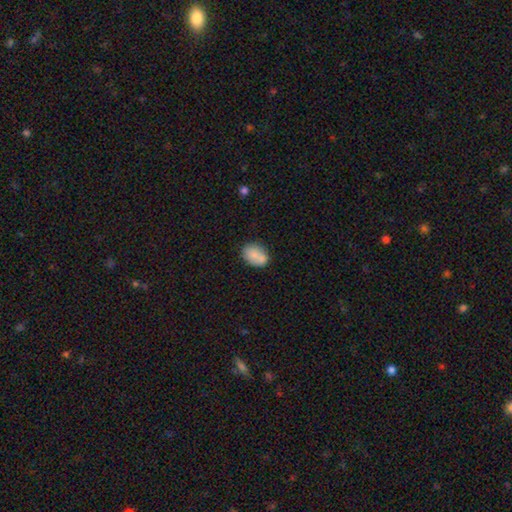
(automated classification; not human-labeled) This is likely a smooth galaxy (80%). How rounded: likely in between (75%). Merging: possibly none (59%).